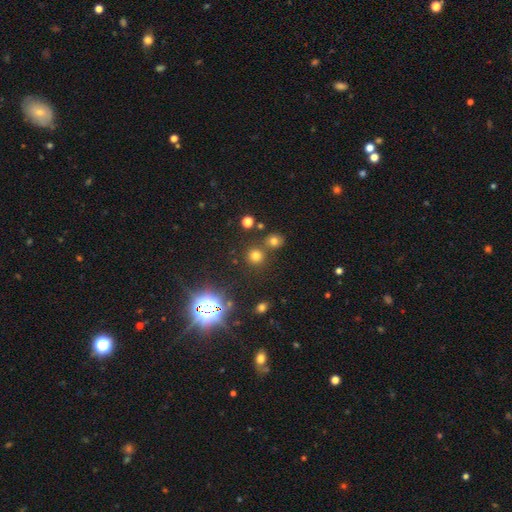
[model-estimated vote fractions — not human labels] Smooth or featured? smooth (66%)
How rounded? round (91%)
Merging? none (75%)